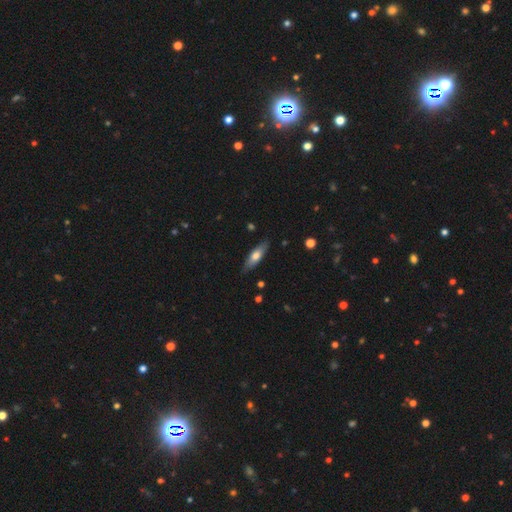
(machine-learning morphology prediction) Smooth or featured? Predicted: smooth (p=0.60). How rounded? Predicted: cigar-shaped (p=0.52). Merging? Predicted: none (p=0.84).